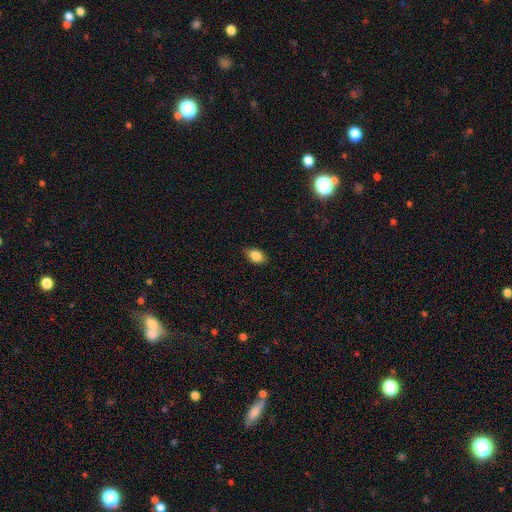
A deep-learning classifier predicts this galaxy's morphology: type=smooth (85%); roundness=in between (85%); merging=none (81%).